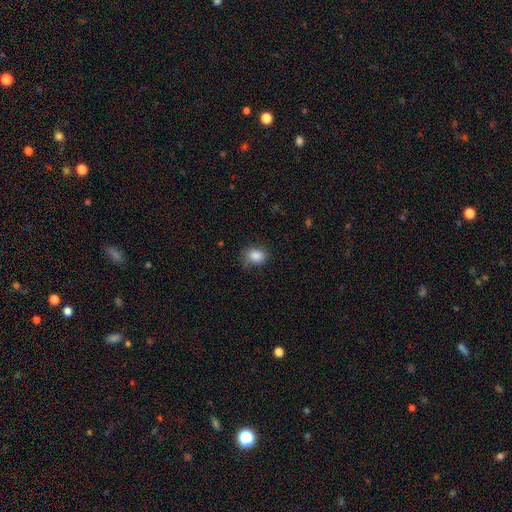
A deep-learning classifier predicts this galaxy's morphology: A smooth galaxy with no disk features (86%) that is in between round and cigar-shaped (57%).

Vote fractions:
- Smooth or featured? smooth: 86% / star or artifact: 9% / featured or disk: 5%
- How rounded? in between: 57% / round: 42% / cigar-shaped: 1%
- Merging? none: 73% / minor disturbance: 21% / major disturbance: 5% / merger: 1%